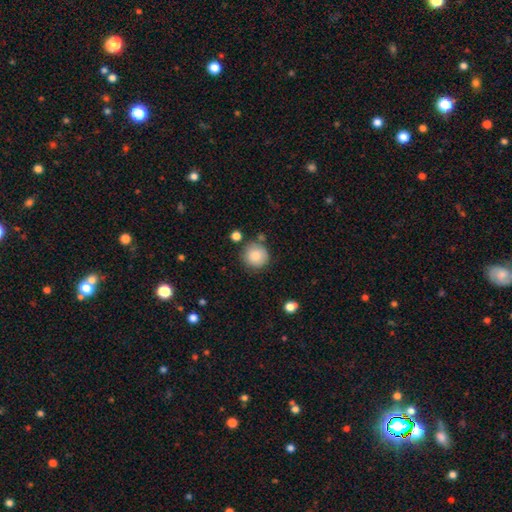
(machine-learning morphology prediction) This appears to be a smooth galaxy with no disk features (85%) that is round (94%). Merging: none (80%).